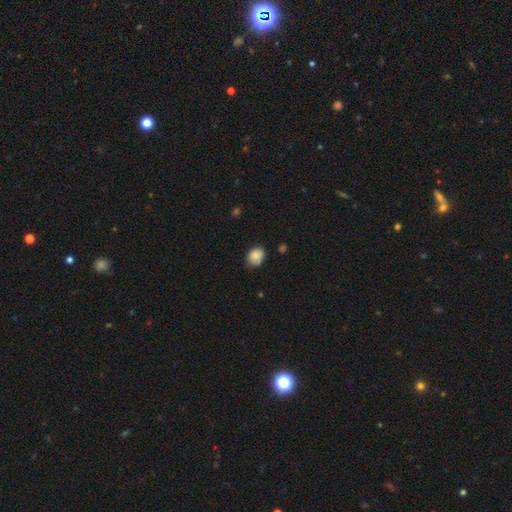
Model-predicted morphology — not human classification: The model was most divided on "how rounded": in between: 52%, round: 47%, cigar-shaped: 1%. More confident: smooth or featured — smooth (84%); merging — none (70%).